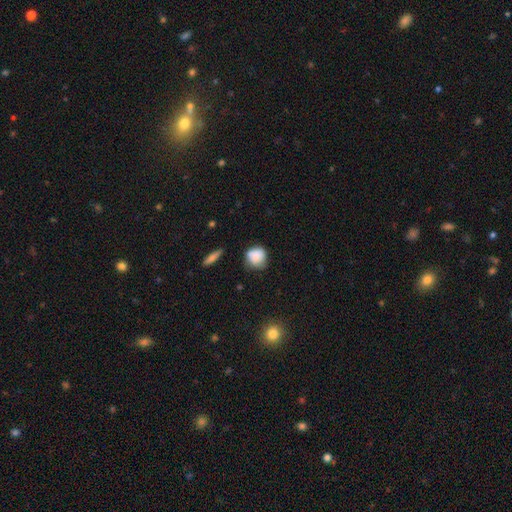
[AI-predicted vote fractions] Smooth or featured?
  - smooth: 83% *
  - featured or disk: 9%
  - star or artifact: 9%
How rounded?
  - round: 83% *
  - in between: 16%
  - cigar-shaped: 1%
Merging?
  - none: 59% *
  - minor disturbance: 29%
  - major disturbance: 6%
  - merger: 5%